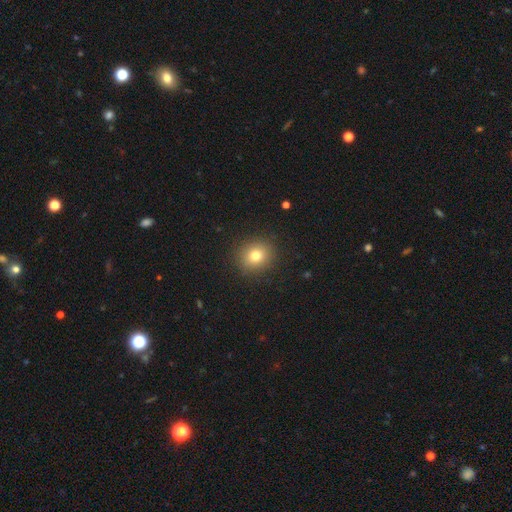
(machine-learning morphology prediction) Smooth or featured? Predicted: smooth (p=0.77). How rounded? Predicted: round (p=0.81). Merging? Predicted: none (p=0.90).